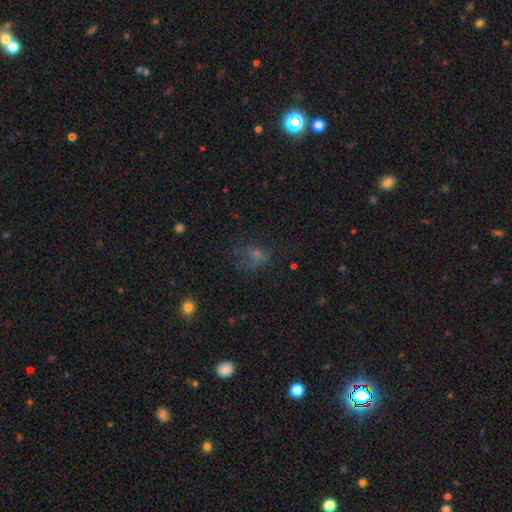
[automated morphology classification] This appears to be a smooth galaxy with no disk features (50%) that is in between round and cigar-shaped (63%). Merging: major disturbance (38%).